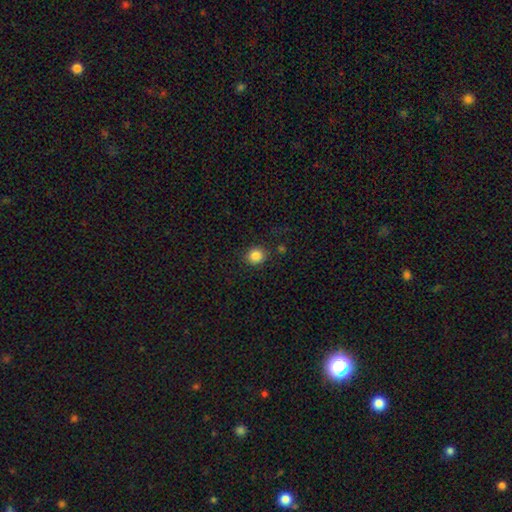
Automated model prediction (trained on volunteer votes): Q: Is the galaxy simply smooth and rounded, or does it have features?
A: smooth — 86%.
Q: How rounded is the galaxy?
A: round — 86%.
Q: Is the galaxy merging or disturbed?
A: none — 86%.